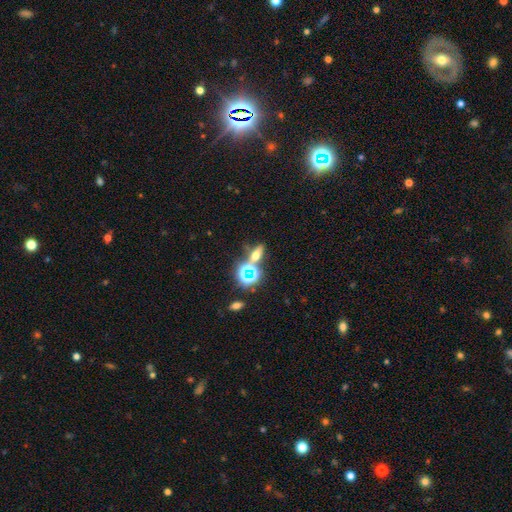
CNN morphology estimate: Overall: smooth (37%; star or artifact 35%). Merging: none (67%).